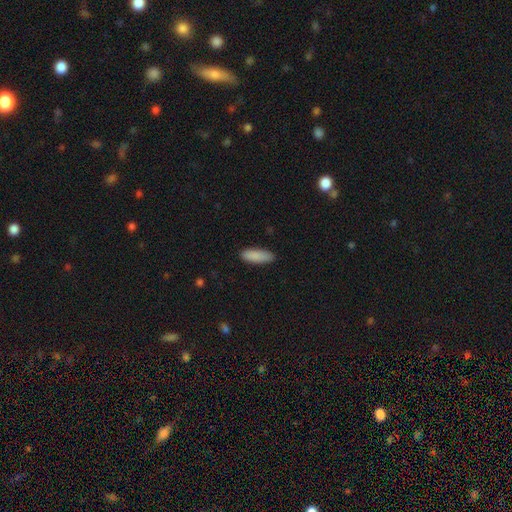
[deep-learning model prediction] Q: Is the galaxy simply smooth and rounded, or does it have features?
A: smooth — 89%.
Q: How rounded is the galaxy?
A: in between — 58%.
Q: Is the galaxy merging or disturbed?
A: none — 87%.